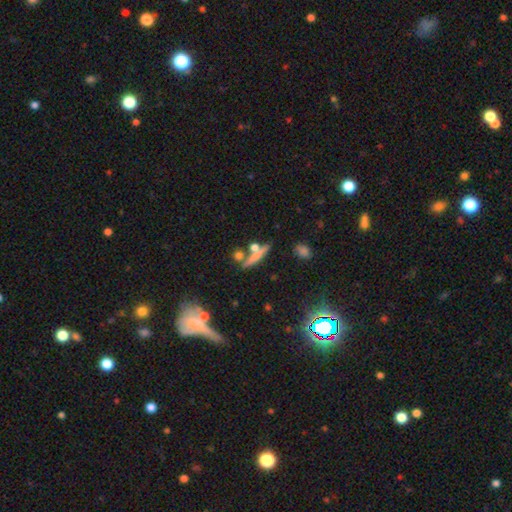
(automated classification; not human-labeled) This appears to be a smooth galaxy with no disk features (56%) that is cigar-shaped (77%). Merging: none (63%).